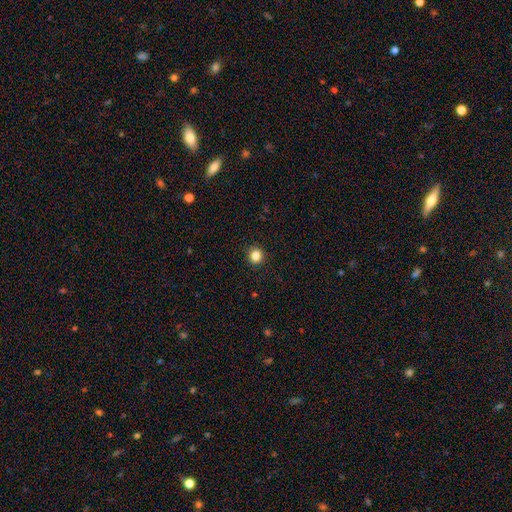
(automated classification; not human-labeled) Overall: smooth (84%). How rounded: round (89%). Merging: none (92%).